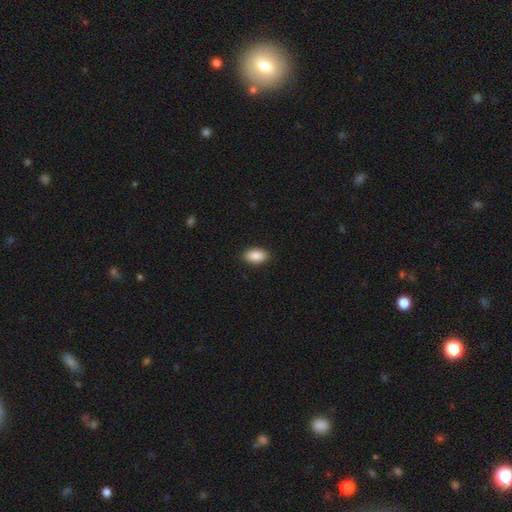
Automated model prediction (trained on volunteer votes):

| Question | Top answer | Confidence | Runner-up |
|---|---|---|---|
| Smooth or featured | smooth | 88% | star or artifact (7%) |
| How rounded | in between | 93% | round (5%) |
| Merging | none | 90% | minor disturbance (8%) |